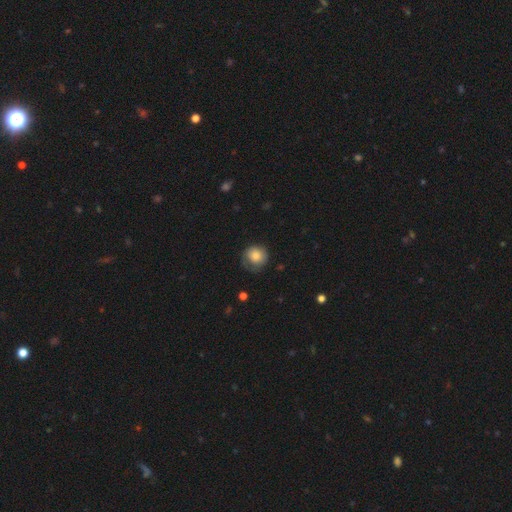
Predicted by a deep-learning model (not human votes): A smooth galaxy with no disk features (77%) that is round (85%).

Vote fractions:
- Smooth or featured? smooth: 77% / featured or disk: 16% / star or artifact: 8%
- How rounded? round: 85% / in between: 14% / cigar-shaped: 1%
- Merging? none: 56% / minor disturbance: 28% / major disturbance: 15% / merger: 1%